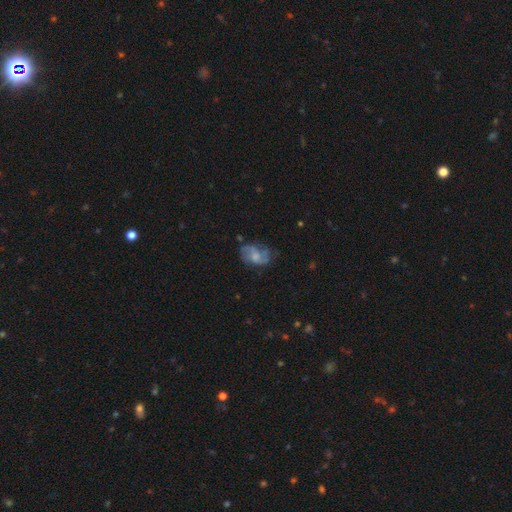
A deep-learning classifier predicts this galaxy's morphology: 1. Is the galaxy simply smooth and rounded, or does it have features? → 53% featured or disk, 38% smooth, 9% star or artifact.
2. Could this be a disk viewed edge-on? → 97% no, 3% yes.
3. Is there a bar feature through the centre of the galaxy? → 65% no, 30% weak, 5% strong.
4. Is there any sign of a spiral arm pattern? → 71% yes, 29% no.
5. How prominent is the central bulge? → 37% moderate, 26% none, 22% small, 14% large, 2% dominant.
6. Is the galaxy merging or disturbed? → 54% none, 26% minor disturbance, 17% major disturbance, 3% merger.